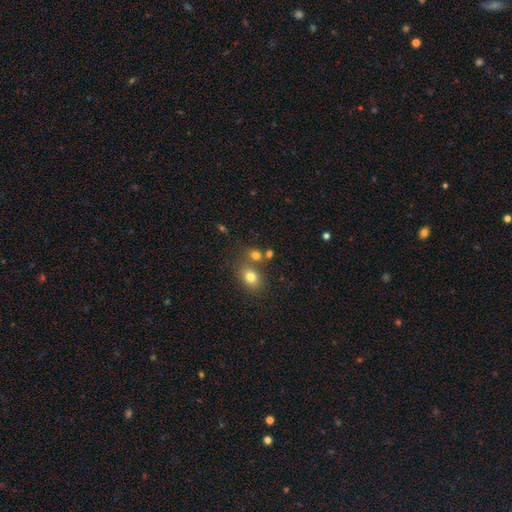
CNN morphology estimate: Smooth or featured?
  - smooth: 76% *
  - star or artifact: 14%
  - featured or disk: 10%
How rounded?
  - round: 51% *
  - in between: 47%
  - cigar-shaped: 1%
Merging?
  - none: 57% *
  - merger: 28%
  - minor disturbance: 11%
  - major disturbance: 5%